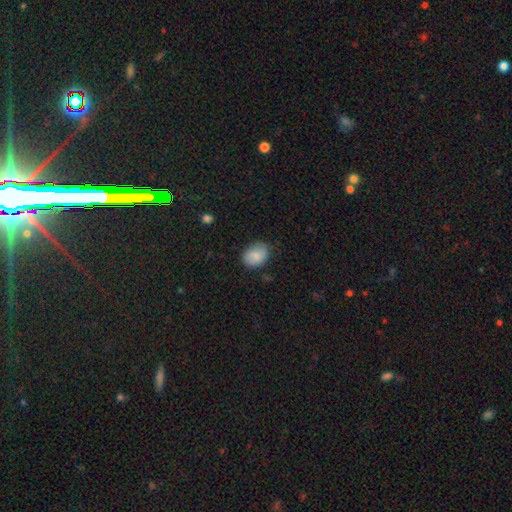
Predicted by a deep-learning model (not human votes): This appears to be a smooth galaxy with no disk features (80%) that is in between round and cigar-shaped (66%). Merging: none (73%).